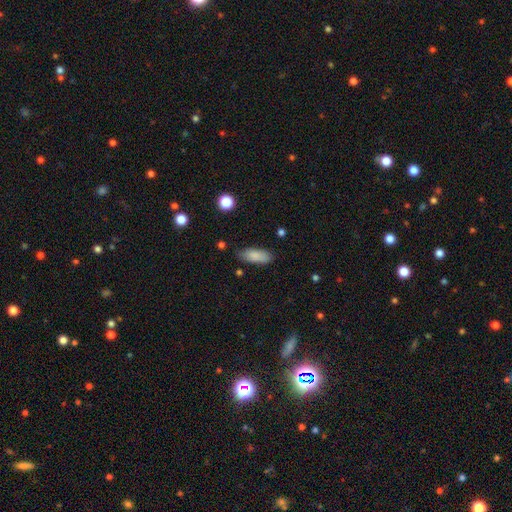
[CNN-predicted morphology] Overall: smooth (86%). How rounded: in between (75%). Merging: none (78%).